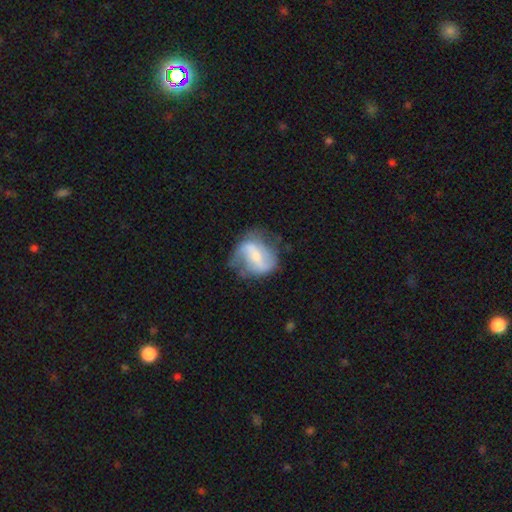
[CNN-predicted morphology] featured or disk 72%, smooth 21%, star or artifact 7%. Down the decision tree: edge-on disk — no (97%); bar — weak (44%); spiral arms — yes (85%); spiral arm count — 2 (78%); spiral winding — loose (50%); bulge size — small (48%); merging — none (54%).